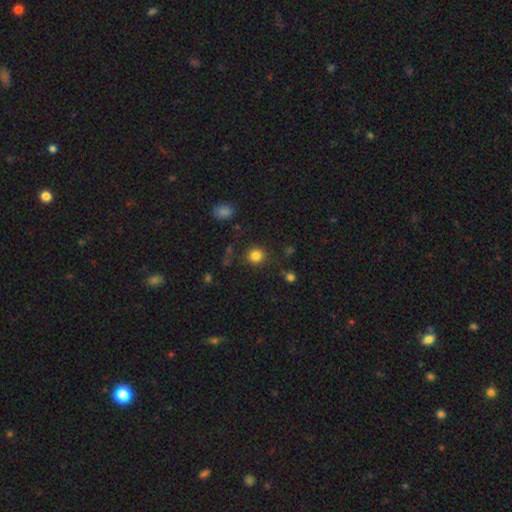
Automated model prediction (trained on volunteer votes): This is clearly a smooth galaxy (83%). How rounded: clearly round (89%). Merging: clearly none (87%).